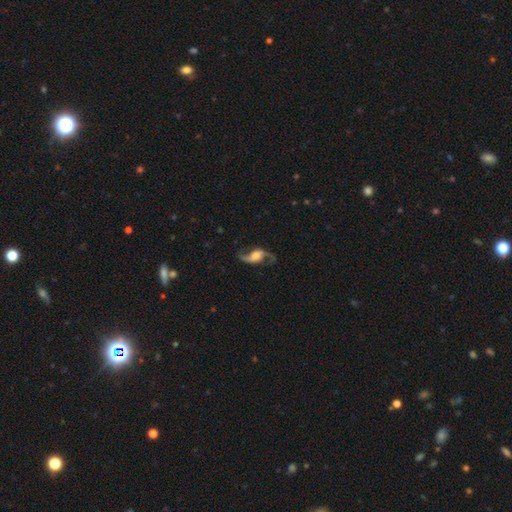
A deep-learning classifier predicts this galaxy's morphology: Overall: featured or disk (87%). Edge-on disk: no (95%). Bar: no (51%; weak 34%). Spiral arms: yes (96%). Spiral arm count: 2 (94%). Spiral winding: loose (83%). Bulge size: moderate (39%; large 28%). Merging: none (78%).